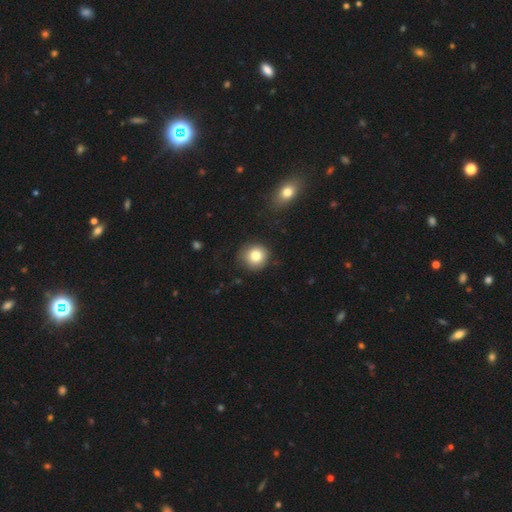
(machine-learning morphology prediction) Smooth or featured?
  - smooth: 80% *
  - star or artifact: 10%
  - featured or disk: 10%
How rounded?
  - round: 90% *
  - in between: 9%
  - cigar-shaped: 1%
Merging?
  - none: 84% *
  - minor disturbance: 12%
  - major disturbance: 3%
  - merger: 2%